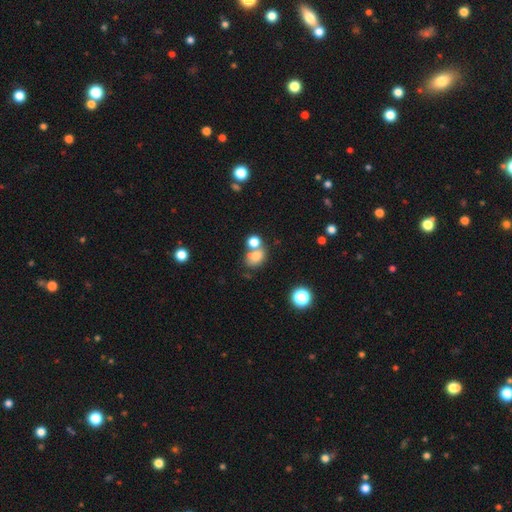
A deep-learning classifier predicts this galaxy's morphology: Smooth or featured?
  - smooth: 76% *
  - star or artifact: 13%
  - featured or disk: 11%
How rounded?
  - round: 51% *
  - in between: 48%
  - cigar-shaped: 1%
Merging?
  - none: 43% *
  - merger: 40%
  - minor disturbance: 11%
  - major disturbance: 5%